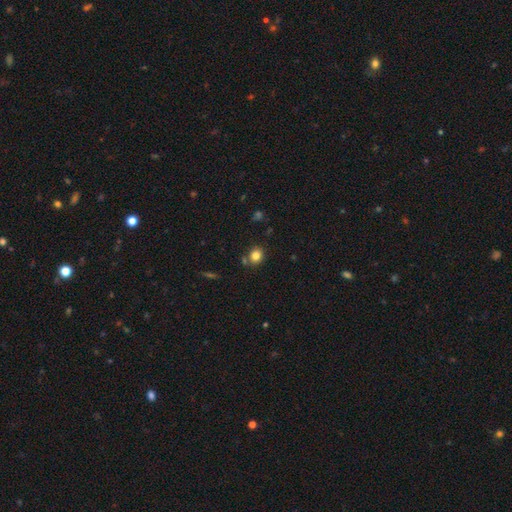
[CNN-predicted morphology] smooth-or-featured: smooth: 82% | star or artifact: 11% | featured or disk: 7%
  how-rounded: round: 70% | in between: 30% | cigar-shaped: 1%
  merging: none: 77% | minor disturbance: 11% | merger: 9% | major disturbance: 3%